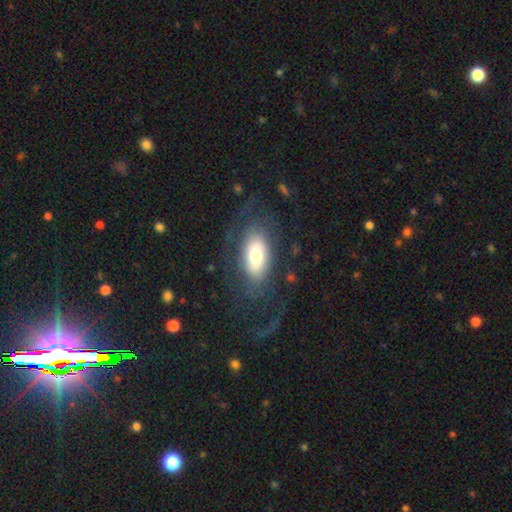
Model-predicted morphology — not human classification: Smooth or featured? featured or disk (56%)
Edge-on disk? no (91%)
Bar? no (70%)
Spiral arms? yes (75%)
Bulge size? moderate (49%)
Merging? none (62%)